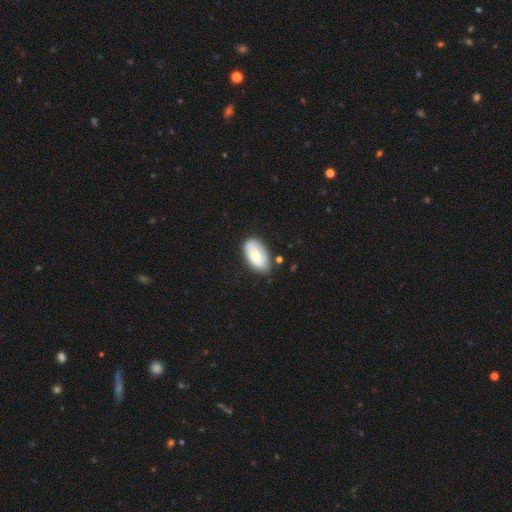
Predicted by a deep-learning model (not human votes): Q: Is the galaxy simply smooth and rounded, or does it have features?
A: smooth — 69%.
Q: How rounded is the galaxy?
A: in between — 94%.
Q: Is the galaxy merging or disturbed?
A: none — 72%.